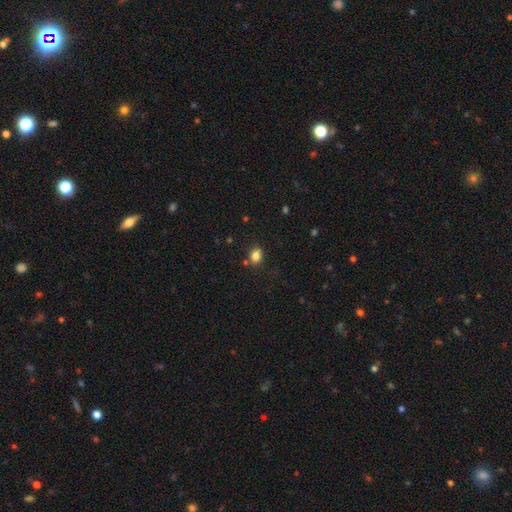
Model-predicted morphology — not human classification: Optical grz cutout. It shows a smooth galaxy with no disk features (83%) that is in between round and cigar-shaped (56%). Merging: none (78%).